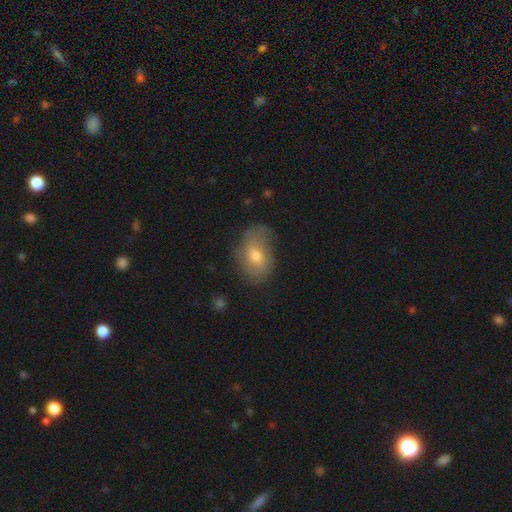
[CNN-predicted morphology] The model was most divided on "smooth or featured": smooth: 48%, featured or disk: 42%, star or artifact: 10%. More confident: merging — none (66%).